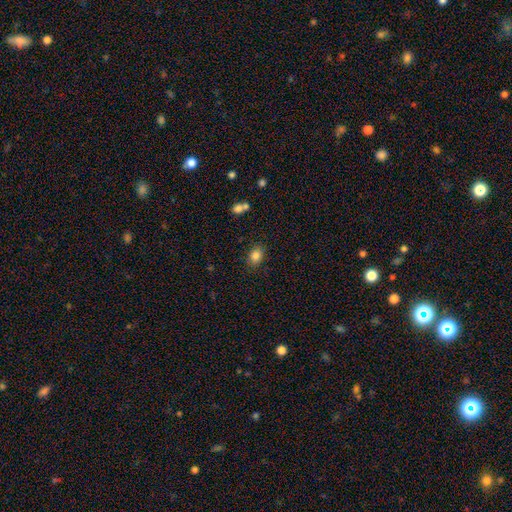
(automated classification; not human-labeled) Overall: smooth (84%). How rounded: in between (71%). Merging: none (85%).